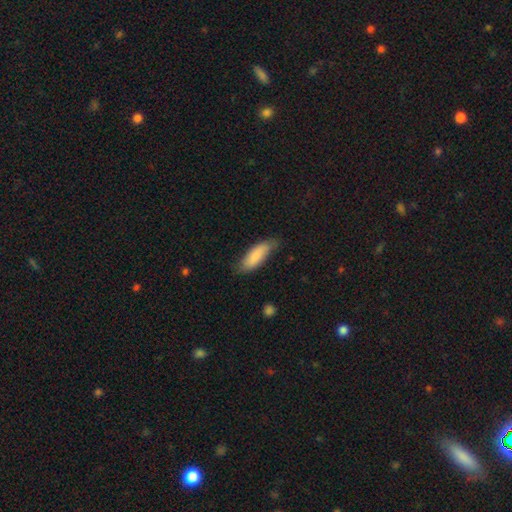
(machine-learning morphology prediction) smooth 84%, featured or disk 11%, star or artifact 6%. Down the decision tree: how rounded — in between (64%); merging — none (68%).